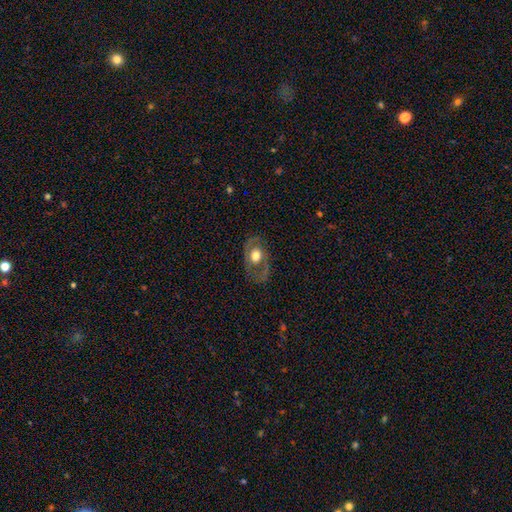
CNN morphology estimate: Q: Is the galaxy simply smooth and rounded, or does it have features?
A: featured or disk — 58%.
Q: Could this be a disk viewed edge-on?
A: no — 93%.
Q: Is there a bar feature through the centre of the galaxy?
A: no — 80%.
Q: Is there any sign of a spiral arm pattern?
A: no — 53%.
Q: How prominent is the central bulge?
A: moderate — 51%.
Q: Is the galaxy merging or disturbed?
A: none — 68%.